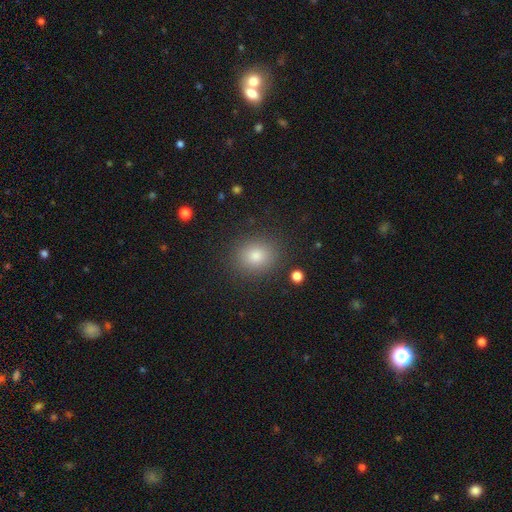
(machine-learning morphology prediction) Q: Smooth or featured?
A: smooth (80%); runner-up: star or artifact (13%)
Q: How rounded?
A: round (66%); runner-up: in between (33%)
Q: Merging?
A: none (88%); runner-up: minor disturbance (7%)